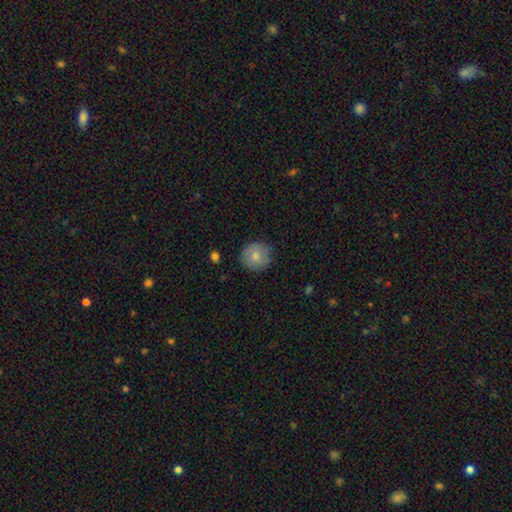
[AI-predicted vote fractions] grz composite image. It shows a smooth galaxy with no disk features (77%) that is round (90%). Merging: none (82%).